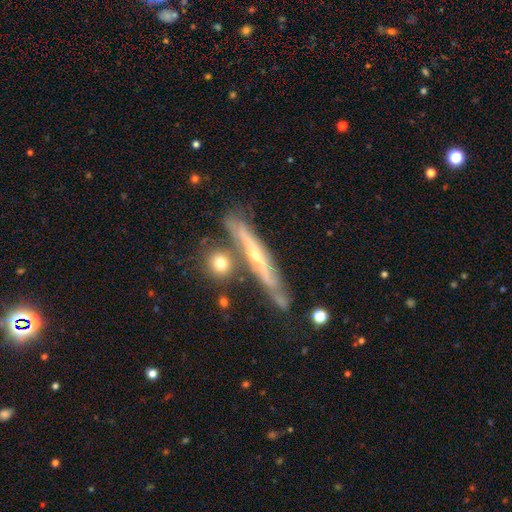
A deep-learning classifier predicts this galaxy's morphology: smooth-or-featured: featured or disk: 75% | smooth: 18% | star or artifact: 7%
  disk-edge-on: yes: 82% | no: 18%
    edge-on-bulge: rounded: 63% | none: 34% | boxy: 3%
  merging: none: 69% | minor disturbance: 18% | merger: 9% | major disturbance: 4%